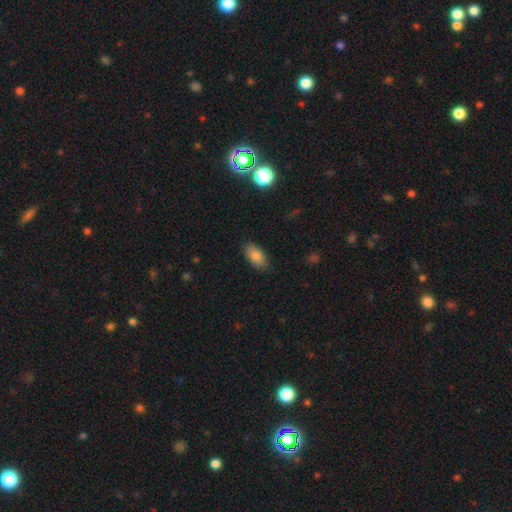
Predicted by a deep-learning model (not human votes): This appears to be a smooth galaxy with no disk features (83%) that is in between round and cigar-shaped (91%). Merging: none (83%).